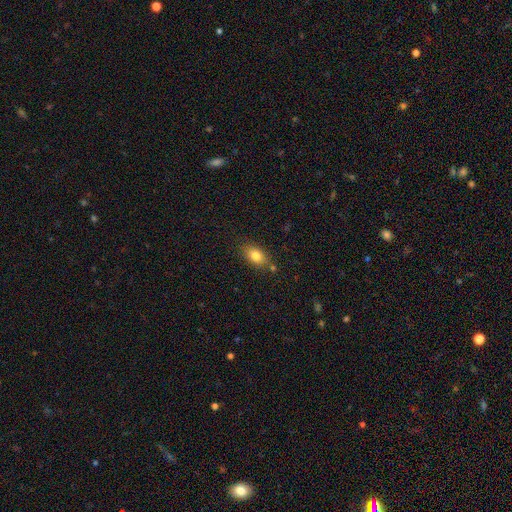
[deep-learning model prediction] This appears to be a smooth galaxy with no disk features (81%) that is in between round and cigar-shaped (84%). Merging: none (77%).